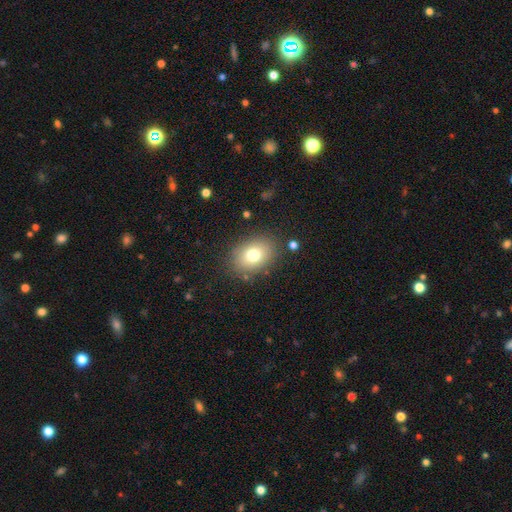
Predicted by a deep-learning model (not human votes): Morphology: type=smooth (77%); roundness=in between (73%); merging=none (86%).